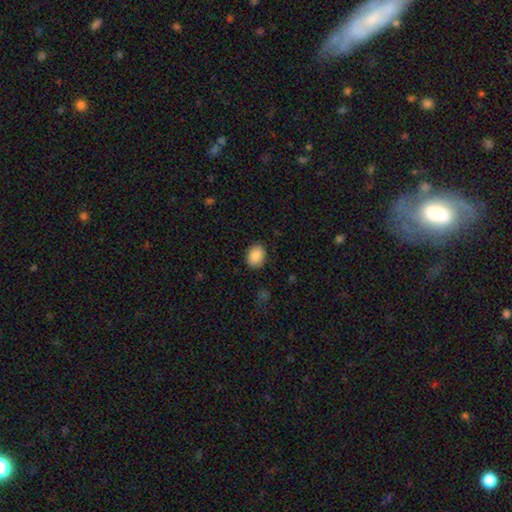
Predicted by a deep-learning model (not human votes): smooth 88%, star or artifact 8%, featured or disk 4%. Down the decision tree: how rounded — in between (55%); merging — none (88%).